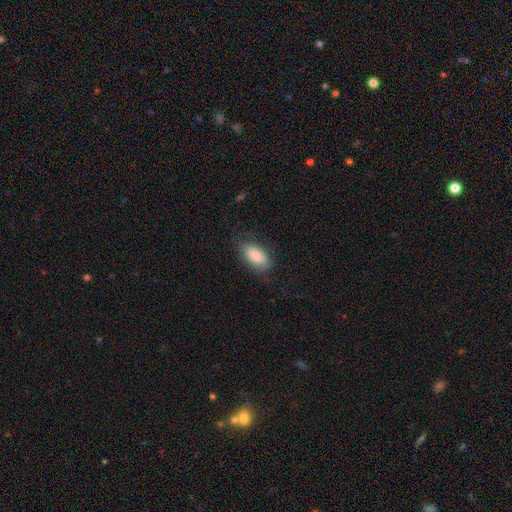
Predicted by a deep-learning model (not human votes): smooth 84%, featured or disk 9%, star or artifact 6%. Down the decision tree: how rounded — in between (93%); merging — none (74%).